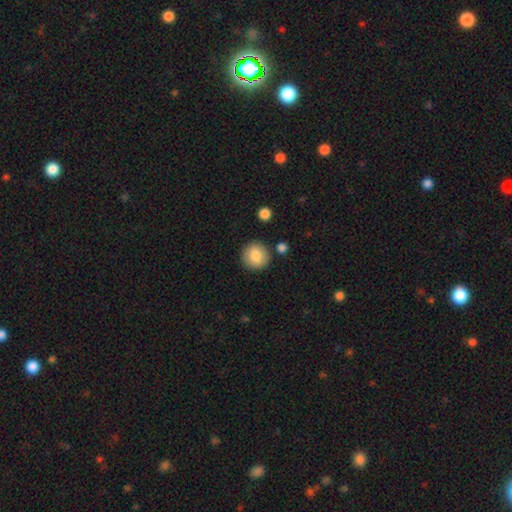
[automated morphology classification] Q: Smooth or featured?
A: smooth (86%); runner-up: star or artifact (8%)
Q: How rounded?
A: round (93%); runner-up: in between (6%)
Q: Merging?
A: none (88%); runner-up: minor disturbance (7%)